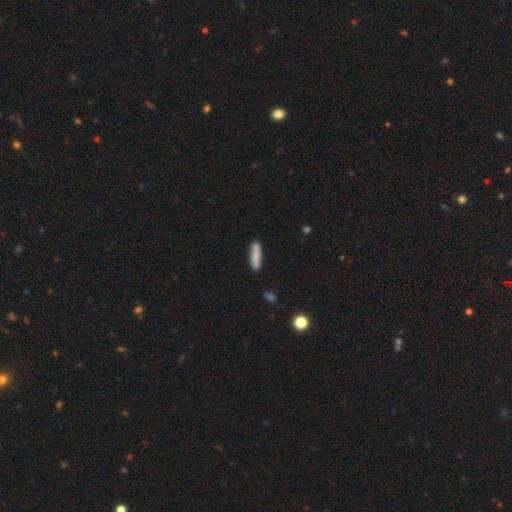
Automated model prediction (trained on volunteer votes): smooth 83%, featured or disk 10%, star or artifact 6%. Down the decision tree: how rounded — cigar-shaped (80%); merging — none (83%).